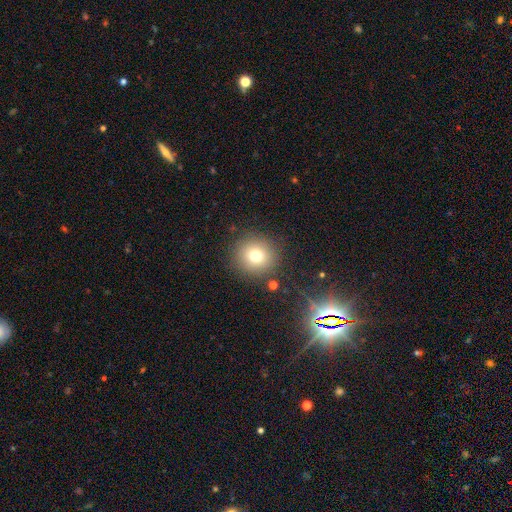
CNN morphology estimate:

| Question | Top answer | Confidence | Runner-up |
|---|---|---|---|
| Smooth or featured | smooth | 74% | star or artifact (15%) |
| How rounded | round | 92% | in between (7%) |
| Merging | none | 87% | minor disturbance (7%) |